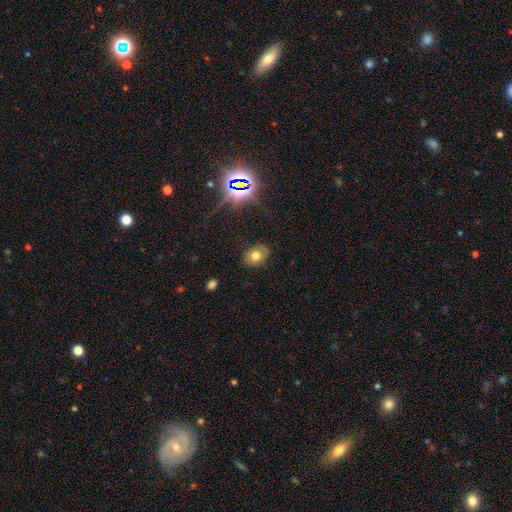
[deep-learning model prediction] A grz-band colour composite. It shows a smooth galaxy with no disk features (71%) that is in between round and cigar-shaped (64%). Merging: none (83%).